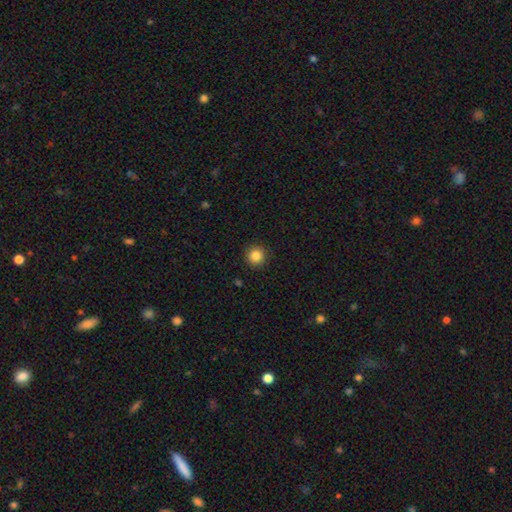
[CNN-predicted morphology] A smooth galaxy with no disk features (85%) that is round (95%).

Vote fractions:
- Smooth or featured? smooth: 85% / star or artifact: 10% / featured or disk: 4%
- How rounded? round: 95% / in between: 4% / cigar-shaped: 1%
- Merging? none: 92% / minor disturbance: 5% / major disturbance: 2% / merger: 1%